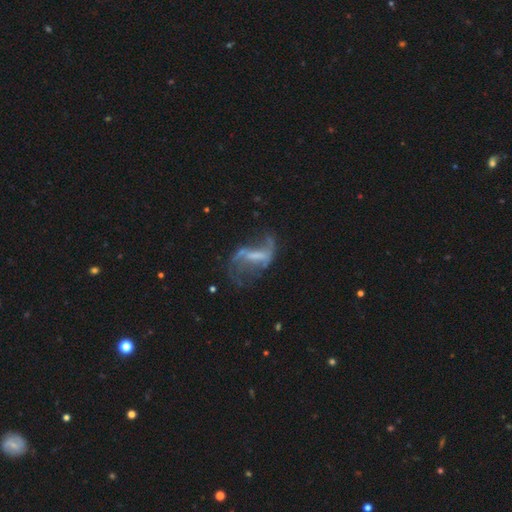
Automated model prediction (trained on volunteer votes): Smooth or featured? Predicted: featured or disk (p=0.75). Edge-on disk? Predicted: no (p=0.95). Bar? Predicted: strong (p=0.39, tied with weak). Spiral arms? Predicted: yes (p=0.73). Spiral winding? Predicted: loose (p=0.77). Spiral arm count? Predicted: 2 (p=0.73). Bulge size? Predicted: none (p=0.48). Merging? Predicted: none (p=0.37, tied with major disturbance).